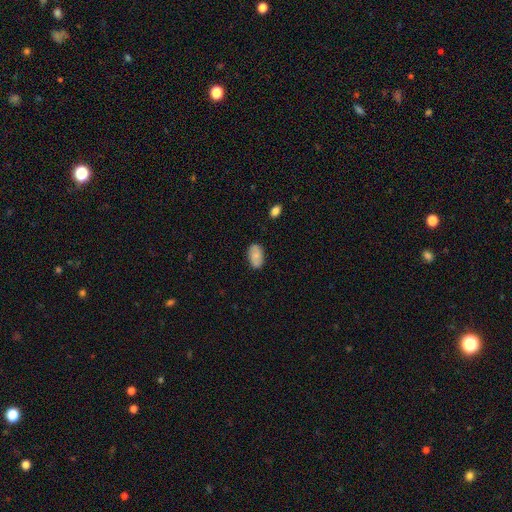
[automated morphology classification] type=smooth (81%); roundness=in between (93%); merging=none (82%).